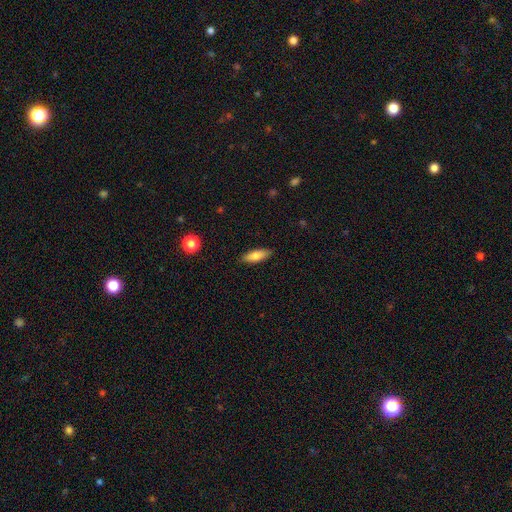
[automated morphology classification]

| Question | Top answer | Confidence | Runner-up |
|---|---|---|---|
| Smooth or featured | smooth | 79% | featured or disk (14%) |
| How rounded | in between | 61% | cigar-shaped (37%) |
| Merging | none | 88% | minor disturbance (9%) |